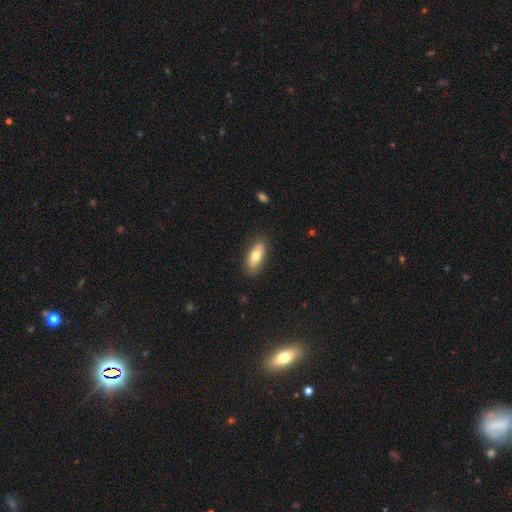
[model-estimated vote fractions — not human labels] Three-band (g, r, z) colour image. It shows a smooth galaxy with no disk features (68%) that is in between round and cigar-shaped (84%). Merging: none (83%).